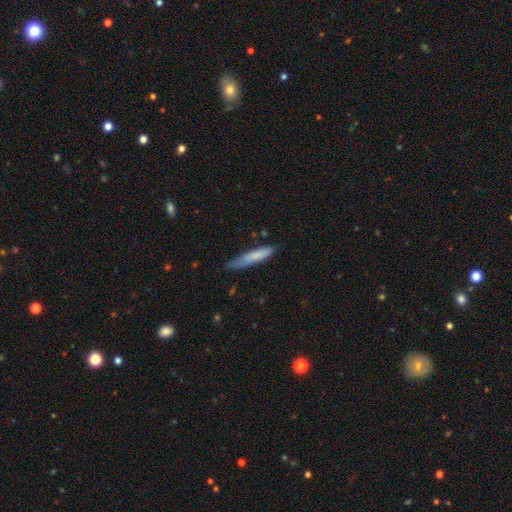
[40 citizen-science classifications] smooth 78%, featured or disk 15%, star or artifact 8%. Down the decision tree: how rounded — cigar-shaped (90%); merging — none (51%).